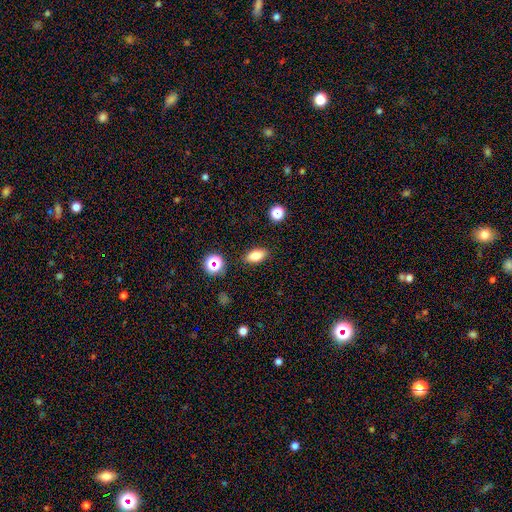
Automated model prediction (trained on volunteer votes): Overall: smooth (80%). How rounded: in between (86%). Merging: none (87%).